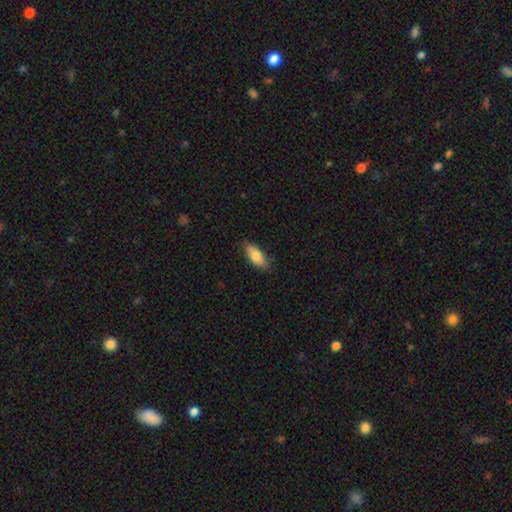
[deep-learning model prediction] smooth_or_featured: smooth (p=0.78) [alt: featured or disk p=0.15]
how_rounded: in between (p=0.81) [alt: cigar-shaped p=0.17]
merging: none (p=0.82) [alt: minor disturbance p=0.15]